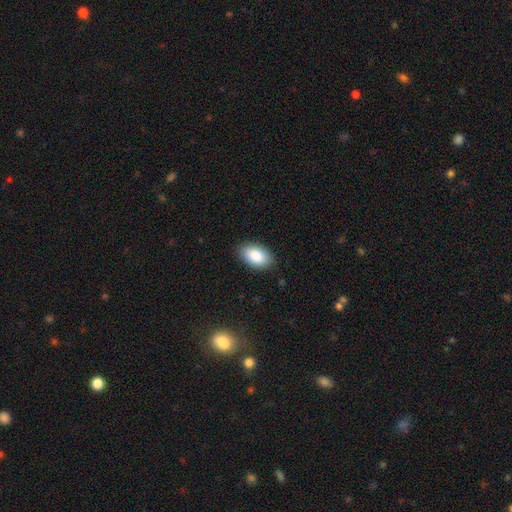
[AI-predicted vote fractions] The model was most divided on "merging": none: 88%, minor disturbance: 9%, major disturbance: 2%, merger: 1%. More confident: how rounded — in between (94%); smooth or featured — smooth (87%).